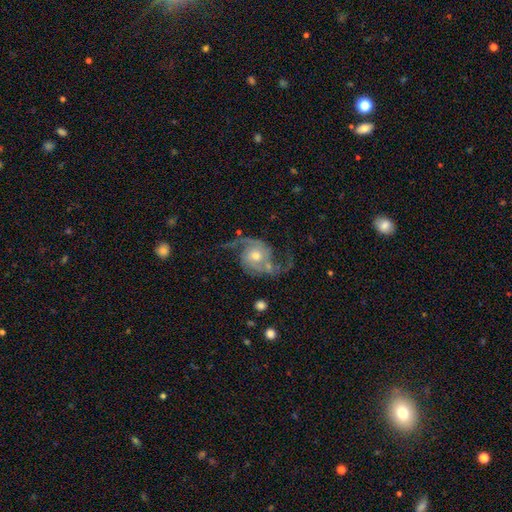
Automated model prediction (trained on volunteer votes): Morphology: type=featured or disk (90%); edge-on=no (98%); bar=no (68%); spiral arms=yes (98%); winding=medium (45%); arm count=2 (92%); bulge=moderate (64%); merging=none (68%).